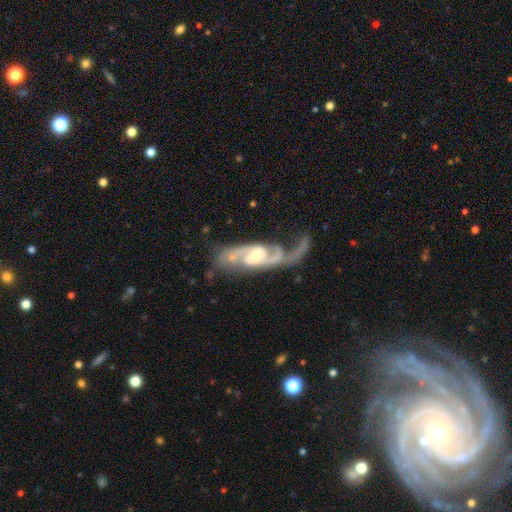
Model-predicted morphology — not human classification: The model was most divided on "bar": weak: 44%, no: 36%, strong: 20%. Remaining: spiral arms — yes (97%); edge-on disk — no (94%); smooth or featured — featured or disk (91%); spiral arm count — 2 (89%); merging — none (52%); bulge size — moderate (51%); spiral winding — medium (50%).